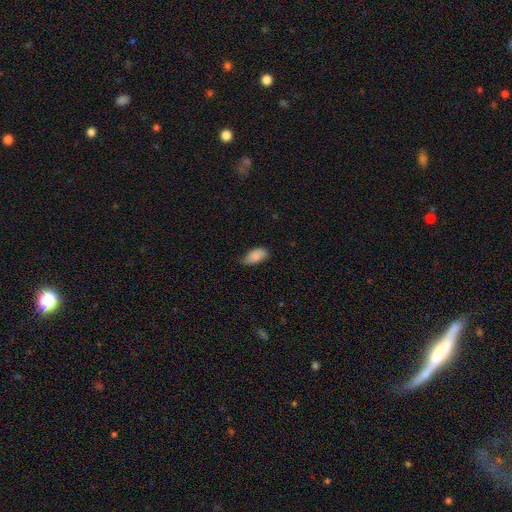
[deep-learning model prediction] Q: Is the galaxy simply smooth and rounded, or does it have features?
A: smooth — 78%.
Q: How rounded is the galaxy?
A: in between — 93%.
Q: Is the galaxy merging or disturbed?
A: none — 45%.